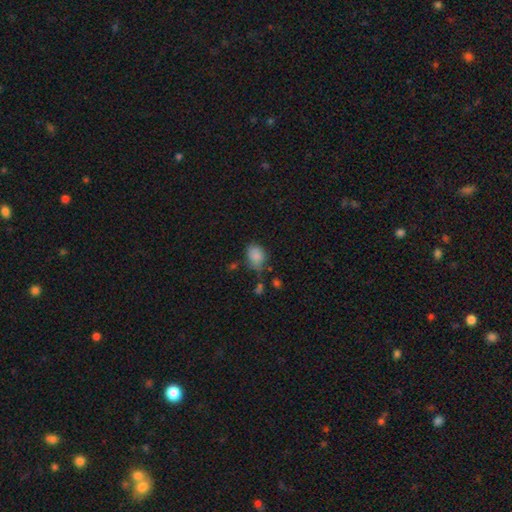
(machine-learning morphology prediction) smooth 84%, star or artifact 9%, featured or disk 7%. Down the decision tree: how rounded — in between (70%); merging — none (59%).